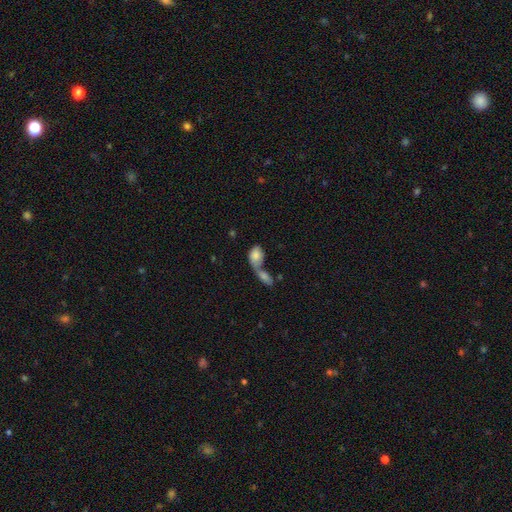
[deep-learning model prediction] Morphology: type=smooth (77%); roundness=in between (84%); merging=merger (70%).